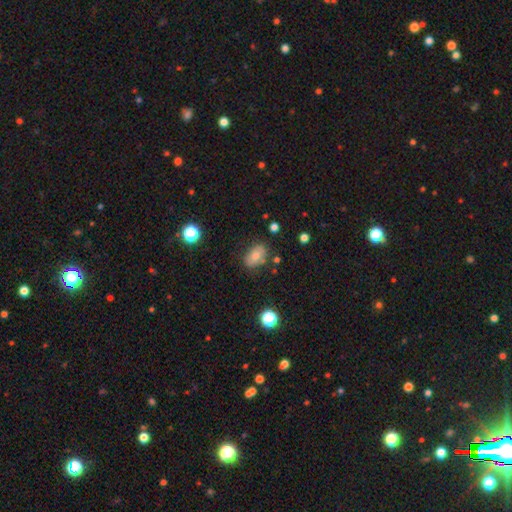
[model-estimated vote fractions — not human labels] Overall: smooth (70%). How rounded: in between (84%). Merging: none (75%).